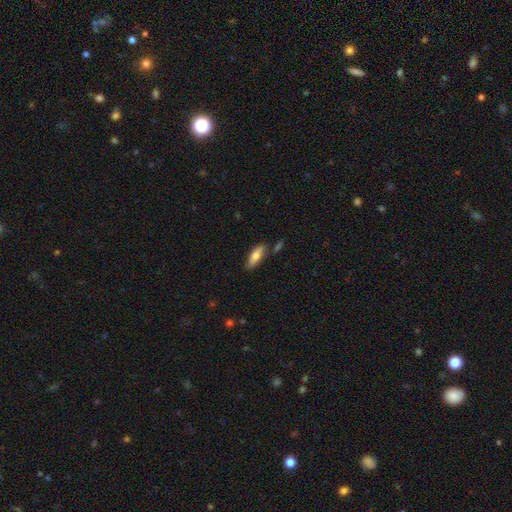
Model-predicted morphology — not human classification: type=smooth (72%); roundness=in between (66%); merging=none (76%).